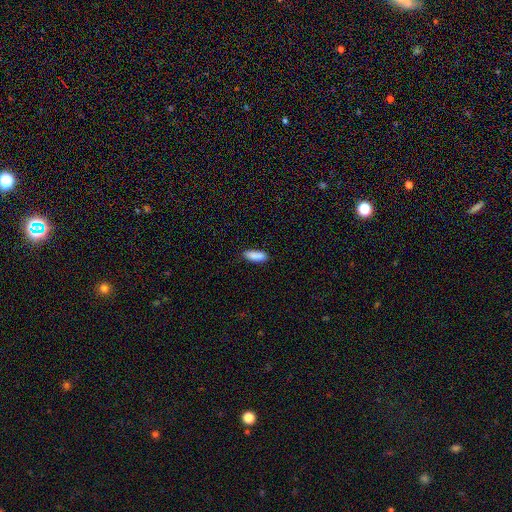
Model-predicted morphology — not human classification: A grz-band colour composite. It shows a smooth galaxy with no disk features (89%) that is in between round and cigar-shaped (68%). Merging: none (83%).